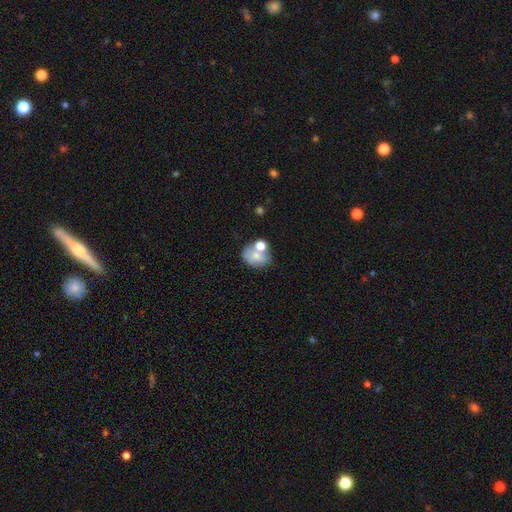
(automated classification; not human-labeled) Smooth or featured: smooth — 70% (featured or disk — 19%)
How rounded: in between — 52% (round — 47%)
Merging: none — 42% (merger — 35%)